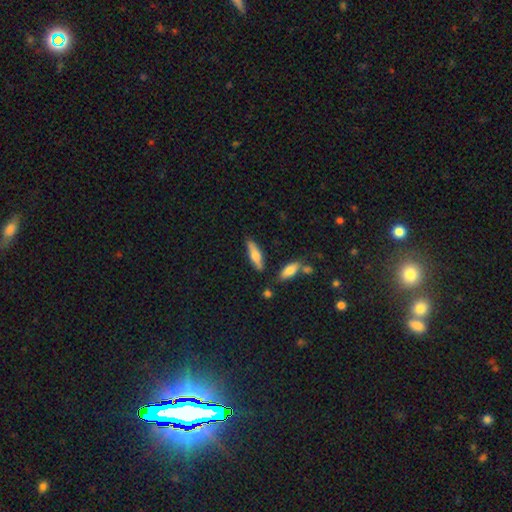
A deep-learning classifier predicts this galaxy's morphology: A smooth galaxy with no disk features (59%) that is cigar-shaped (60%).

Vote fractions:
- Smooth or featured? smooth: 59% / featured or disk: 35% / star or artifact: 6%
- How rounded? cigar-shaped: 60% / in between: 38% / round: 2%
- Merging? none: 76% / minor disturbance: 15% / merger: 6% / major disturbance: 3%